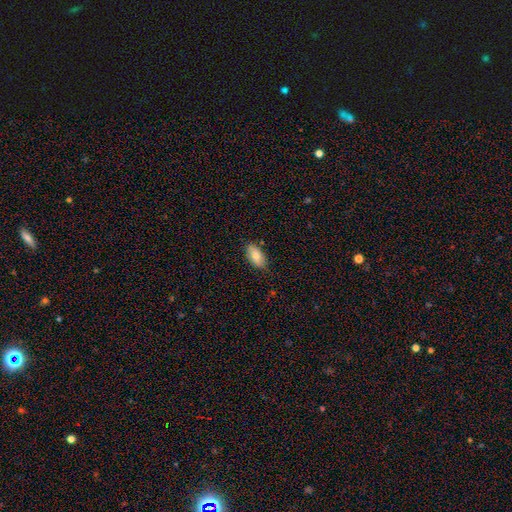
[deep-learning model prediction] A smooth galaxy with no disk features (78%) that is in between round and cigar-shaped (94%). Merging: none (82%).